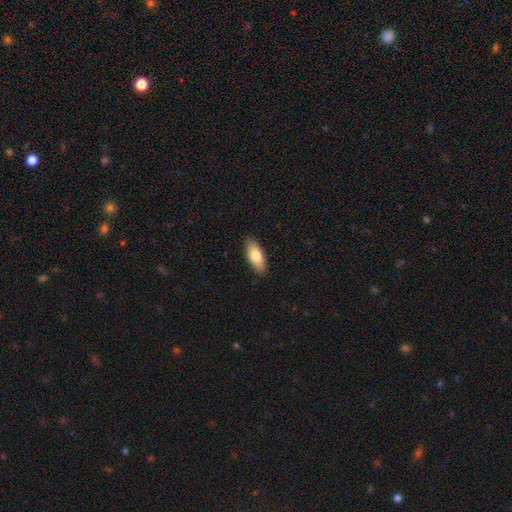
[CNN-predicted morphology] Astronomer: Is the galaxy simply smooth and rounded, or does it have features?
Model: smooth — 79%.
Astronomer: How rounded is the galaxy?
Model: in between — 81%.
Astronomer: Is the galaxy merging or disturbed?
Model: none — 89%.